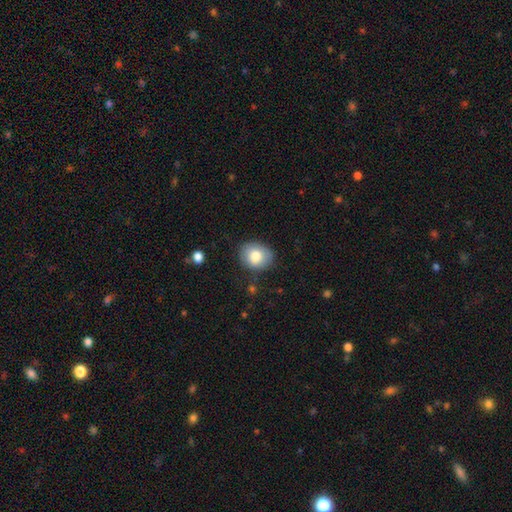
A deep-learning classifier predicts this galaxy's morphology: Overall: smooth (78%). How rounded: round (61%; in between 38%). Merging: none (79%).